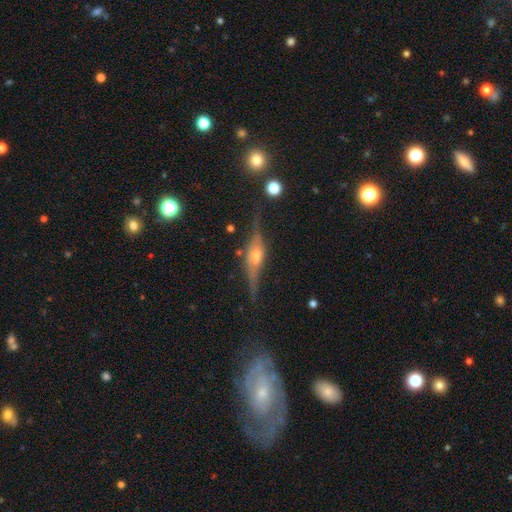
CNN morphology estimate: This is likely a featured or disk galaxy (78%). It is clearly viewed edge-on (95%). Edge-on bulge: likely rounded (80%). Merging: clearly none (80%).